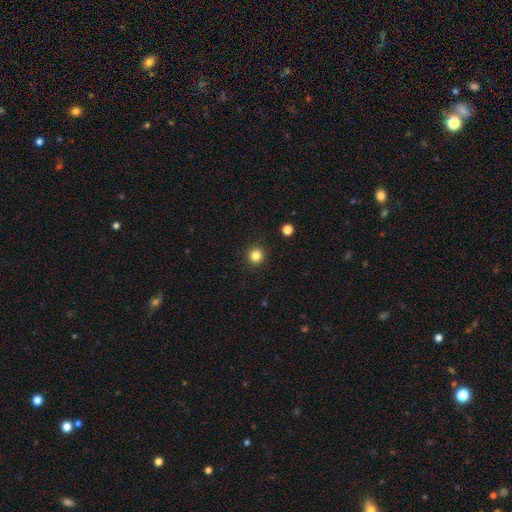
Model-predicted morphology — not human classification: type=smooth (83%); roundness=round (95%); merging=none (92%).